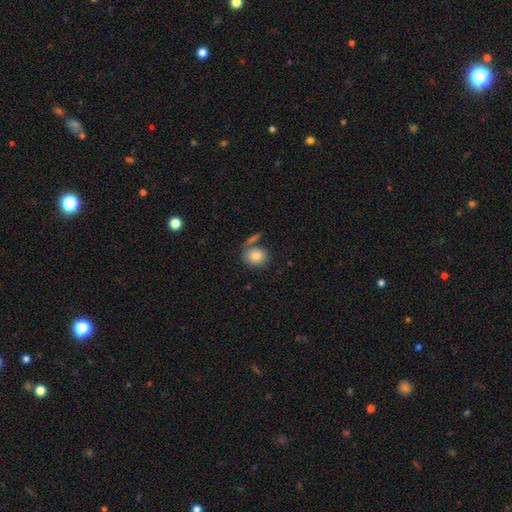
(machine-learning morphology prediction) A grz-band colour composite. It shows a smooth galaxy with no disk features (84%) that is round (64%). Merging: none (62%).